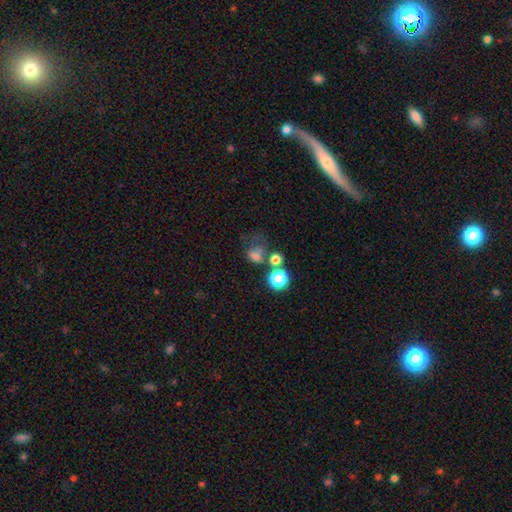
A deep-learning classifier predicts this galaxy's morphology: Smooth or featured: smooth — 69% (star or artifact — 18%)
How rounded: round — 60% (in between — 39%)
Merging: none — 36% (merger — 26%)